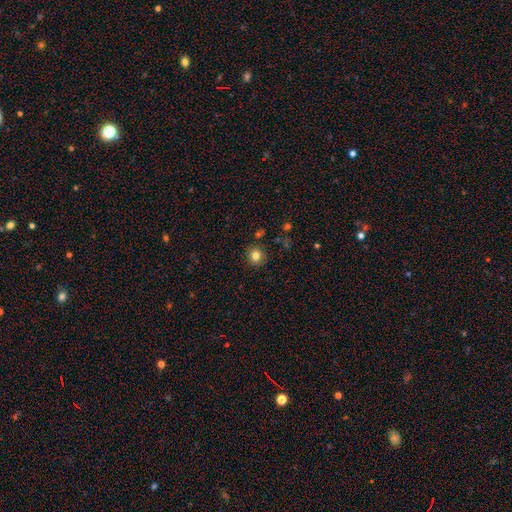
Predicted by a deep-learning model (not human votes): Smooth or featured? Predicted: smooth (p=0.81). How rounded? Predicted: round (p=0.90). Merging? Predicted: none (p=0.89).